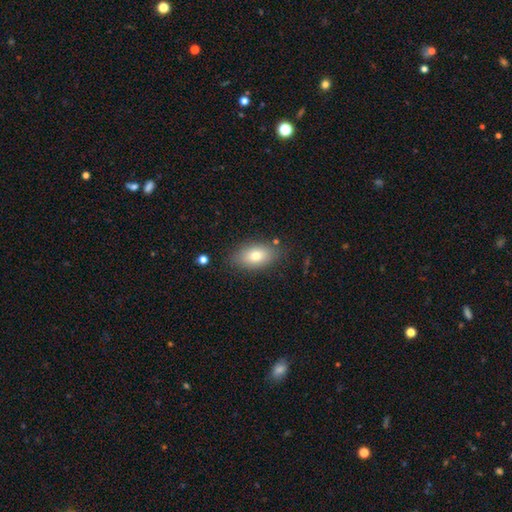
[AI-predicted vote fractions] Smooth or featured? smooth (76%)
How rounded? in between (88%)
Merging? none (82%)